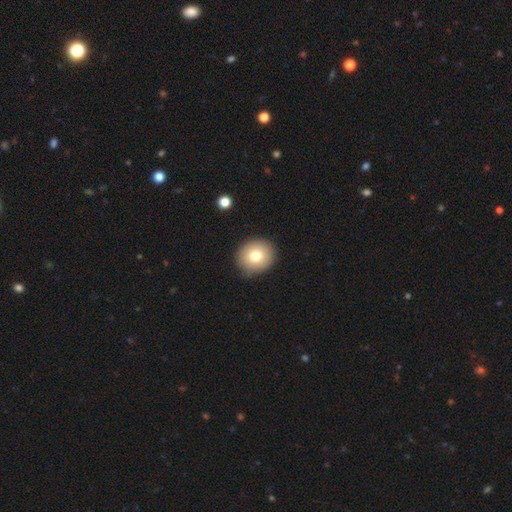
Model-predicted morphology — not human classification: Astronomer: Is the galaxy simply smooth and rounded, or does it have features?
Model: smooth — 76%.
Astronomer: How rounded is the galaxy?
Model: round — 84%.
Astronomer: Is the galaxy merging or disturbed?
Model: none — 88%.